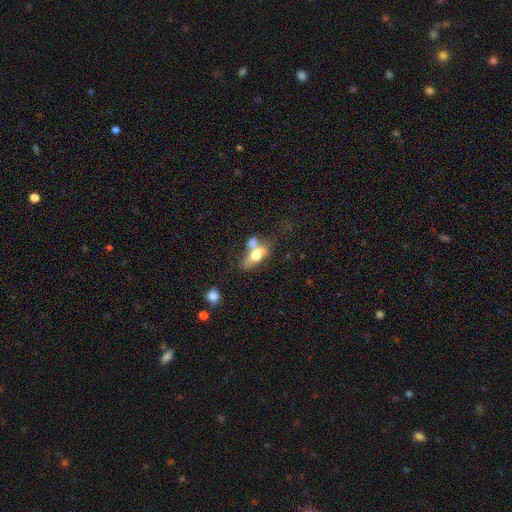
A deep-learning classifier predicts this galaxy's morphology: A smooth galaxy with no disk features (57%) that is in between round and cigar-shaped (72%).

Vote fractions:
- Smooth or featured? smooth: 57% / featured or disk: 34% / star or artifact: 9%
- How rounded? in between: 72% / cigar-shaped: 20% / round: 8%
- Merging? merger: 53% / none: 23% / minor disturbance: 12% / major disturbance: 12%